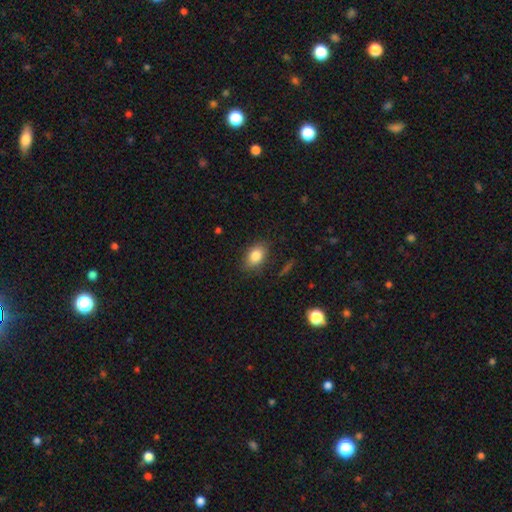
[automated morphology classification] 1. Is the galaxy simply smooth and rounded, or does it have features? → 83% smooth, 8% featured or disk, 8% star or artifact.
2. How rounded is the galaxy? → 83% in between, 15% round, 2% cigar-shaped.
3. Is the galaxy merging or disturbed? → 82% none, 14% minor disturbance, 3% major disturbance, 1% merger.